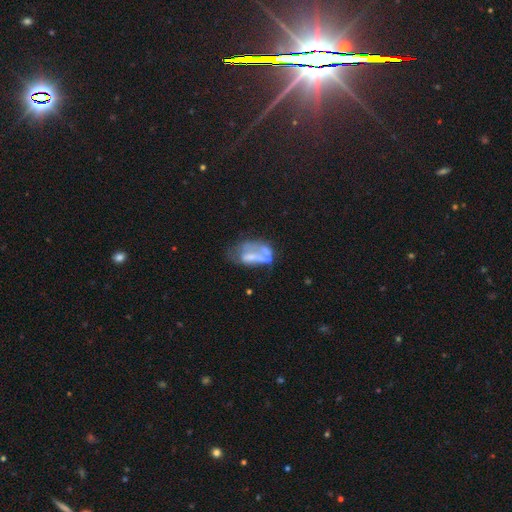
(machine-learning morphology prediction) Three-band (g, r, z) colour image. It shows a featured or disk galaxy (53%). Merging: major disturbance (34%).